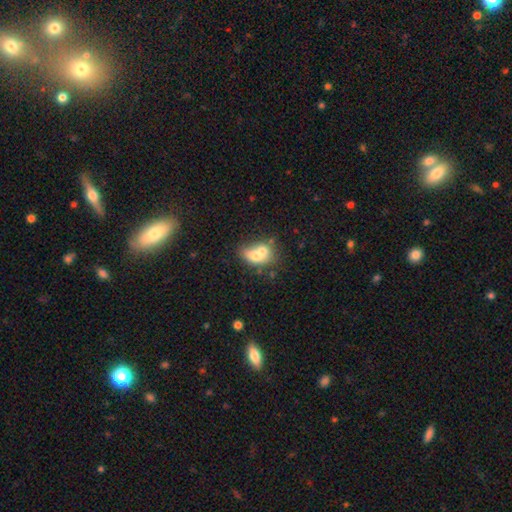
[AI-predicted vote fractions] Smooth or featured?
  - smooth: 65% *
  - featured or disk: 26%
  - star or artifact: 9%
How rounded?
  - in between: 66% *
  - round: 32%
  - cigar-shaped: 2%
Merging?
  - merger: 66% *
  - none: 21%
  - minor disturbance: 8%
  - major disturbance: 5%